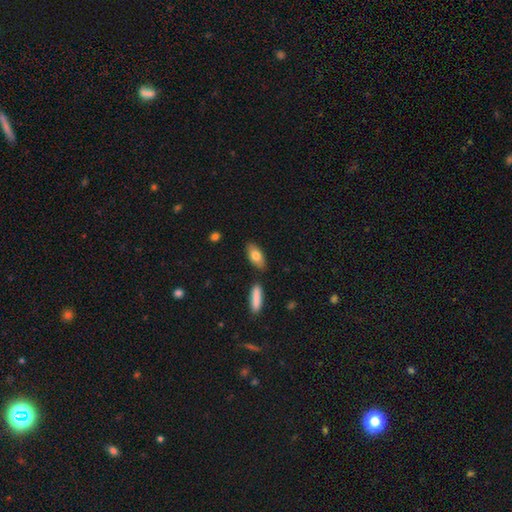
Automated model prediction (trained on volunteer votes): smooth_or_featured: smooth (p=0.77) [alt: featured or disk p=0.16]
how_rounded: in between (p=0.83) [alt: cigar-shaped p=0.14]
merging: none (p=0.81) [alt: minor disturbance p=0.11]